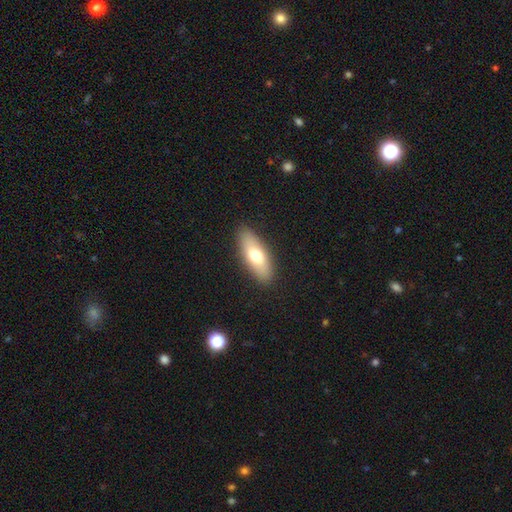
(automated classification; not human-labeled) The model was most divided on "smooth or featured": smooth: 68%, featured or disk: 25%, star or artifact: 6%. More confident: merging — none (88%); how rounded — in between (71%).